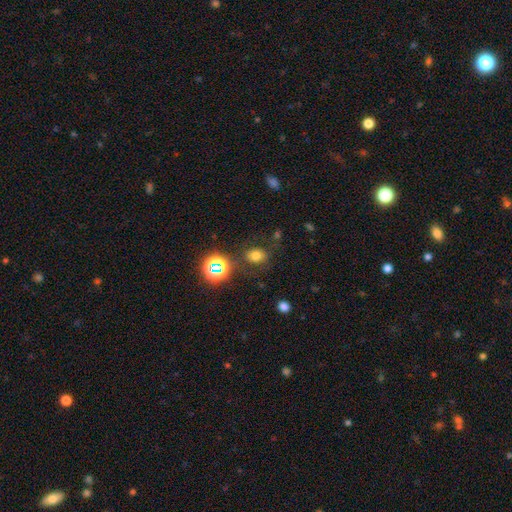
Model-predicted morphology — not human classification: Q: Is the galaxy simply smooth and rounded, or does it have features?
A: smooth — 69%.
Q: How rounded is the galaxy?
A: round — 52%.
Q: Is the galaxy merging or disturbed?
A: none — 78%.